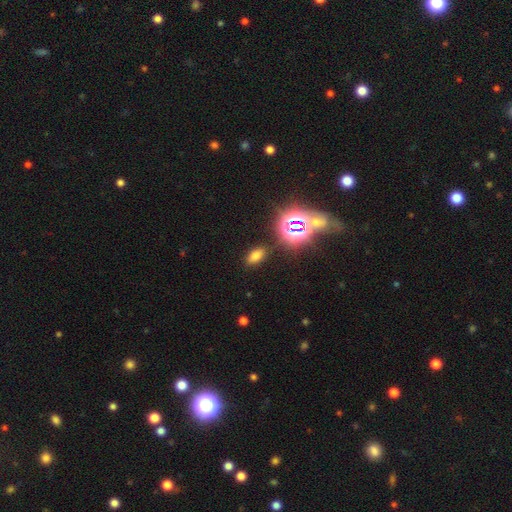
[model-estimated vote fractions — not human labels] A smooth galaxy with no disk features (64%) that is in between round and cigar-shaped (87%). Merging: none (85%).